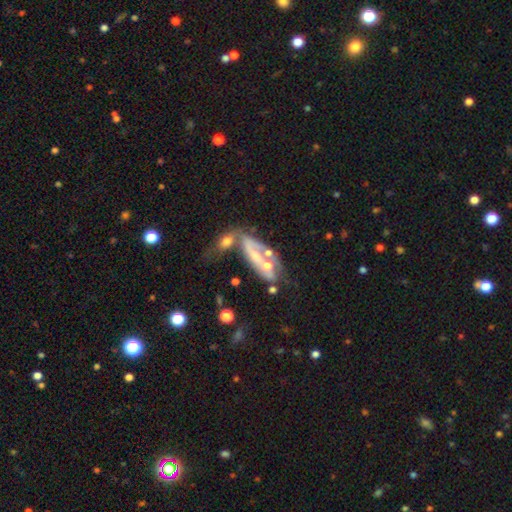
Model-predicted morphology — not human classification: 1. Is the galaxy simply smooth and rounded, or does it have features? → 58% featured or disk, 32% smooth, 10% star or artifact.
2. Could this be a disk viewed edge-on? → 80% no, 20% yes.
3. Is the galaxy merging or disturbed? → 47% merger, 23% none, 17% major disturbance, 13% minor disturbance.